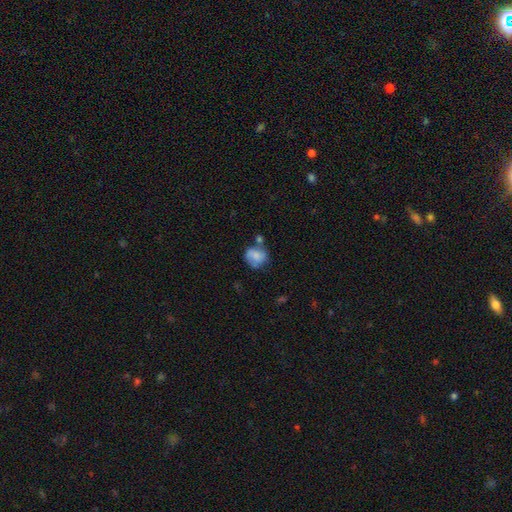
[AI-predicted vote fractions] A smooth galaxy with no disk features (67%) that is round (69%).

Vote fractions:
- Smooth or featured? smooth: 67% / featured or disk: 24% / star or artifact: 9%
- How rounded? round: 69% / in between: 30% / cigar-shaped: 1%
- Merging? none: 46% / minor disturbance: 26% / merger: 17% / major disturbance: 12%